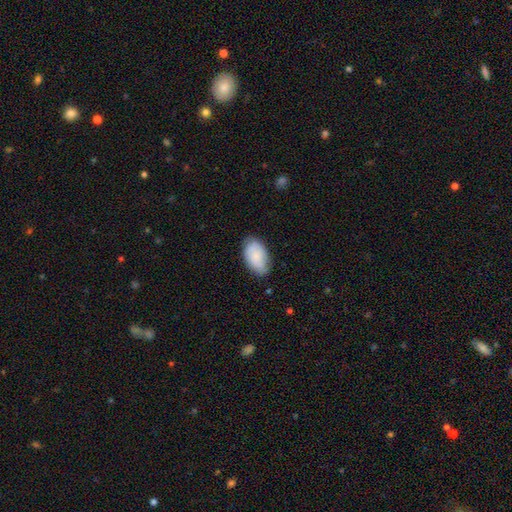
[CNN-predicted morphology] Smooth or featured: smooth — 79% (featured or disk — 15%)
How rounded: in between — 94% (round — 5%)
Merging: none — 73% (minor disturbance — 22%)